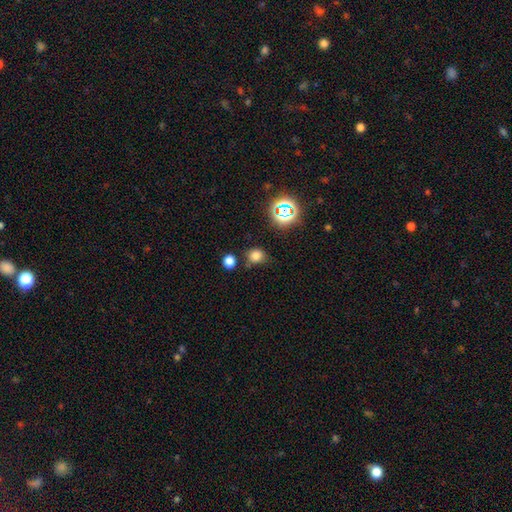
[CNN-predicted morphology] Smooth or featured?
  - smooth: 74% *
  - star or artifact: 20%
  - featured or disk: 6%
How rounded?
  - round: 73% *
  - in between: 26%
  - cigar-shaped: 1%
Merging?
  - none: 71% *
  - minor disturbance: 16%
  - merger: 8%
  - major disturbance: 5%